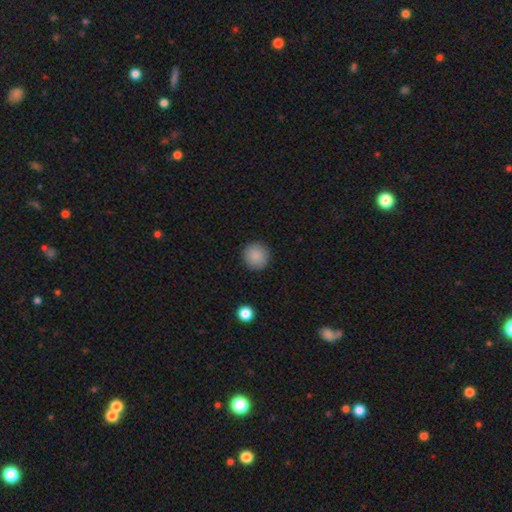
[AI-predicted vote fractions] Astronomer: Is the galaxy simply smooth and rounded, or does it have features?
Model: smooth — 88%.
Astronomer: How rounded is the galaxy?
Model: round — 95%.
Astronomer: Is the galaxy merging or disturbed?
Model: none — 92%.